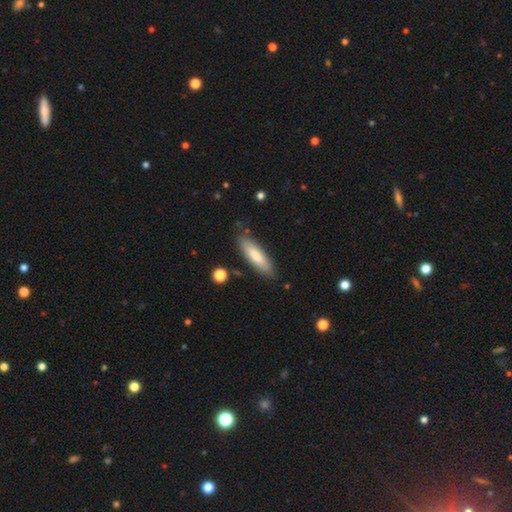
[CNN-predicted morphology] smooth-or-featured: smooth: 78% | featured or disk: 16% | star or artifact: 6%
  how-rounded: cigar-shaped: 61% | in between: 38% | round: 1%
  merging: none: 84% | minor disturbance: 11% | major disturbance: 2% | merger: 2%